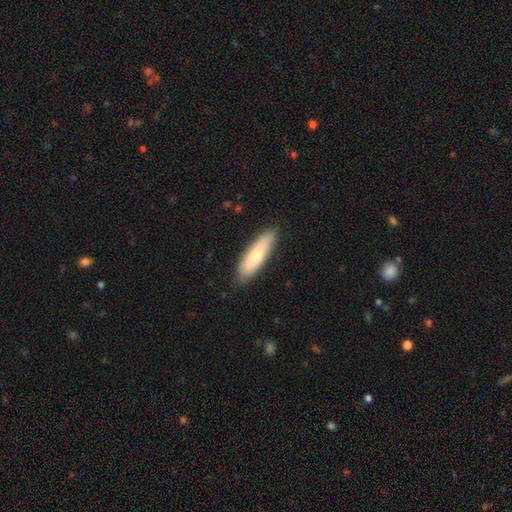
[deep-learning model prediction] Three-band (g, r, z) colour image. It shows a smooth galaxy with no disk features (77%) that is cigar-shaped (60%). Merging: none (85%).